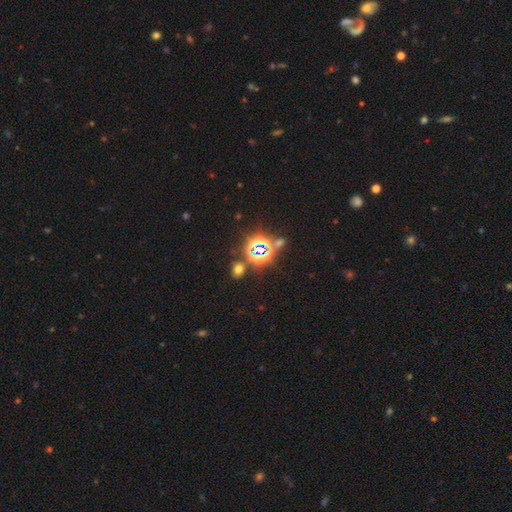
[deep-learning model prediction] Overall: star or artifact (78%).